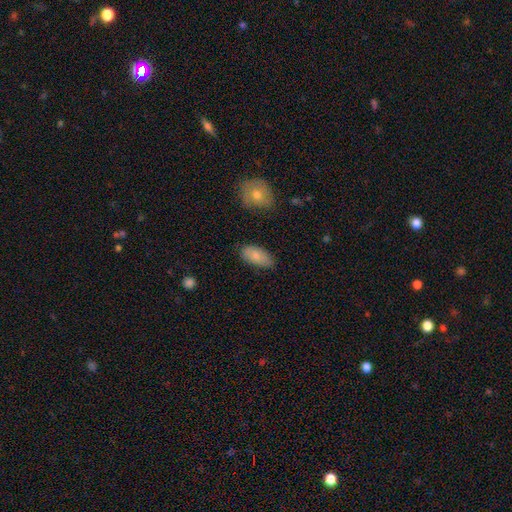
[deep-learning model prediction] smooth_or_featured: smooth (p=0.81) [alt: featured or disk p=0.12]
how_rounded: in between (p=0.92) [alt: cigar-shaped p=0.05]
merging: none (p=0.76) [alt: minor disturbance p=0.19]